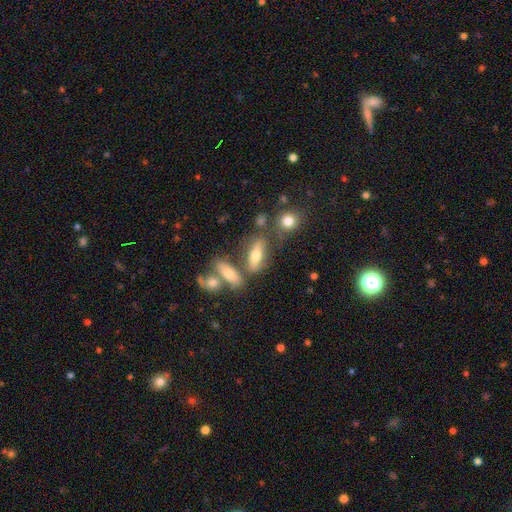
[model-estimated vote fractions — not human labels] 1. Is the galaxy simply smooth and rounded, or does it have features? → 58% smooth, 31% featured or disk, 11% star or artifact.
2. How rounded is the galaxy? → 54% in between, 41% cigar-shaped, 5% round.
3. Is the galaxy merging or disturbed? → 53% none, 25% merger, 15% minor disturbance, 7% major disturbance.